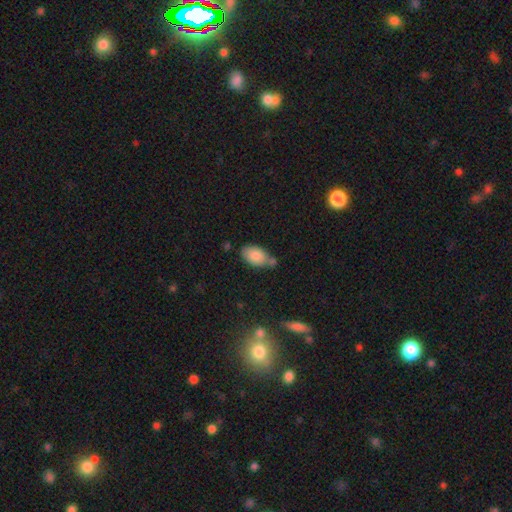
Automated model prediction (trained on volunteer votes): Q: Smooth or featured?
A: smooth (83%); runner-up: featured or disk (9%)
Q: How rounded?
A: in between (92%); runner-up: round (6%)
Q: Merging?
A: none (57%); runner-up: minor disturbance (22%)